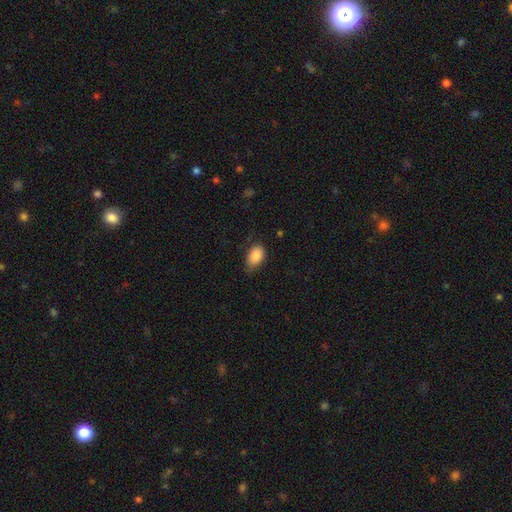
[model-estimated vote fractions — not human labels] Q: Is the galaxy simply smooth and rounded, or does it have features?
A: smooth — 87%.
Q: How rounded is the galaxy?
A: in between — 88%.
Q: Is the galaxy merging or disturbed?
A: none — 65%.